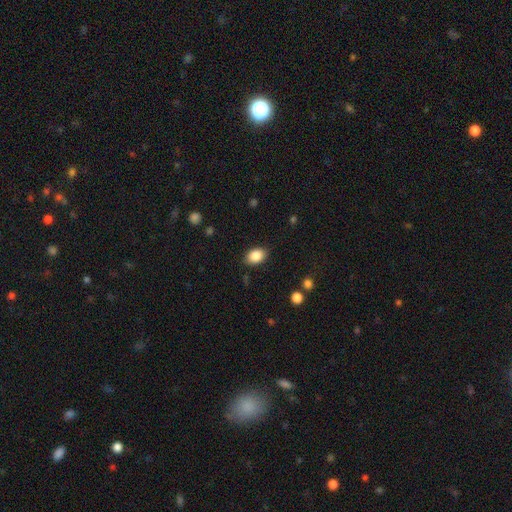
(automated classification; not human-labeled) Smooth or featured?
  - smooth: 87% *
  - star or artifact: 8%
  - featured or disk: 5%
How rounded?
  - in between: 81% *
  - round: 18%
  - cigar-shaped: 1%
Merging?
  - none: 86% *
  - minor disturbance: 10%
  - major disturbance: 3%
  - merger: 1%